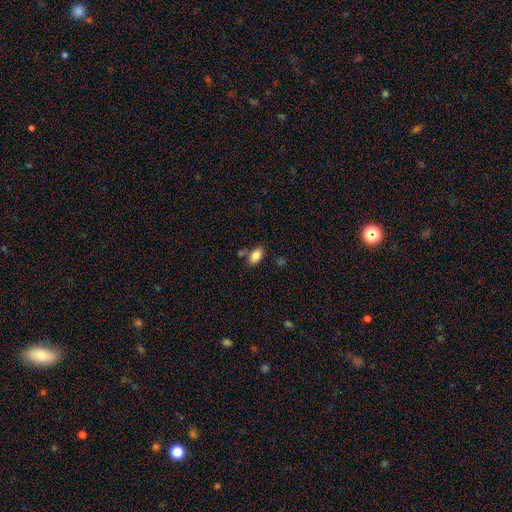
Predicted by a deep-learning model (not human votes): This appears to be a smooth galaxy with no disk features (86%) that is in between round and cigar-shaped (91%). Merging: none (72%).